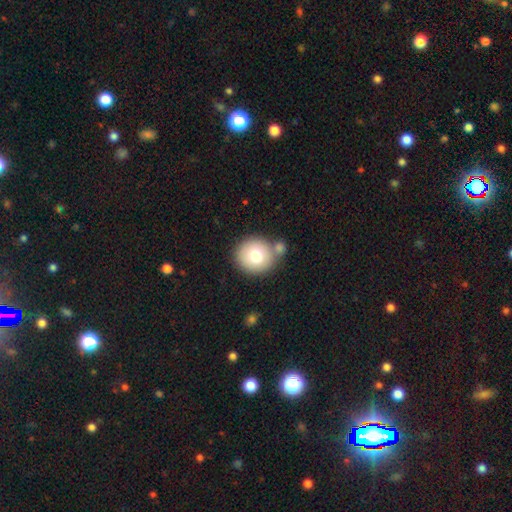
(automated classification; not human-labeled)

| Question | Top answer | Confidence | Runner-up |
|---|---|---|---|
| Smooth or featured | smooth | 75% | featured or disk (16%) |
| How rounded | round | 89% | in between (10%) |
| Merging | none | 66% | merger (19%) |